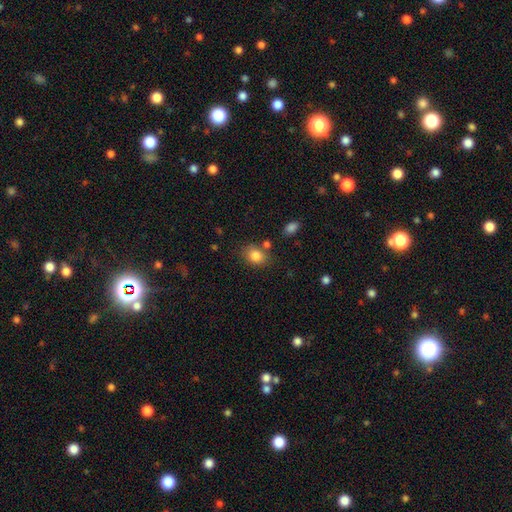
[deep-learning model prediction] This is clearly a smooth galaxy (83%). How rounded: possibly in between (59%). Merging: likely none (71%).